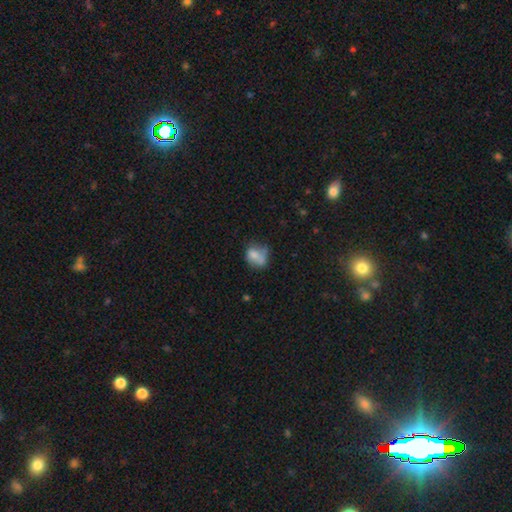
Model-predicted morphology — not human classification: type=smooth (65%); roundness=in between (57%); merging=none (32%).